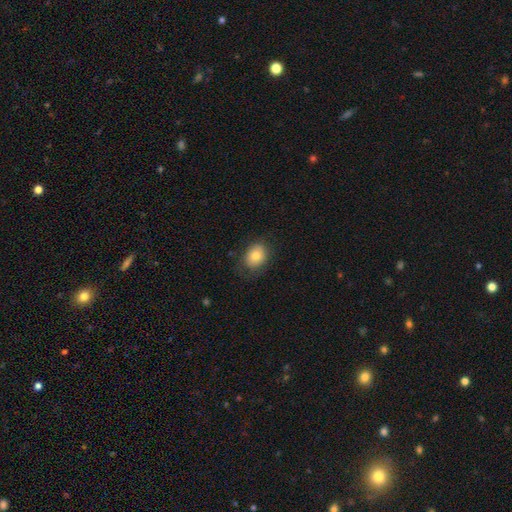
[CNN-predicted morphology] type=smooth (80%); roundness=in between (54%); merging=none (76%).